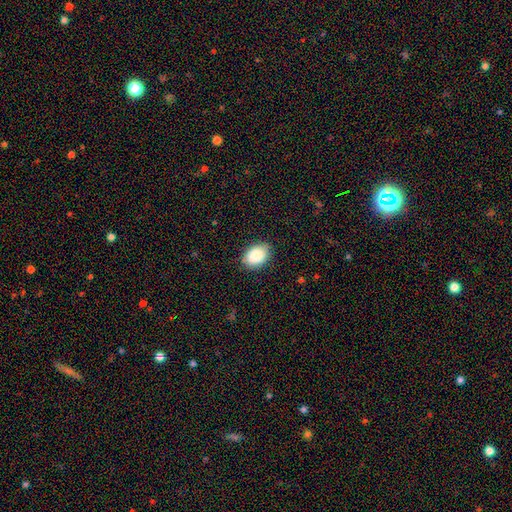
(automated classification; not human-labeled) Smooth or featured? Predicted: smooth (p=0.89). How rounded? Predicted: in between (p=0.80). Merging? Predicted: none (p=0.85).